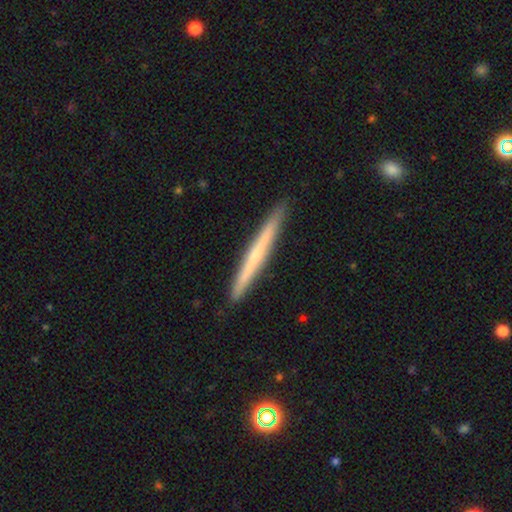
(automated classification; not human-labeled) This is possibly a featured or disk galaxy (51%). It is clearly viewed edge-on (97%). Edge-on bulge: likely none (69%). Merging: clearly none (92%).